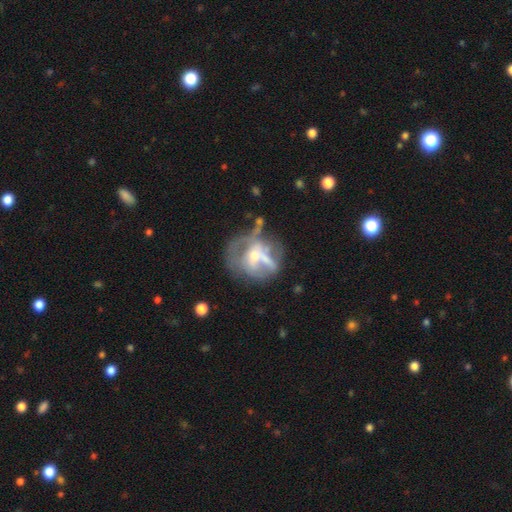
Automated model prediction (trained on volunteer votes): Smooth or featured: featured or disk — 61% (smooth — 27%)
Edge-on disk: no — 94% (yes — 6%)
Bar: no — 63% (weak — 24%)
Spiral arms: no — 70% (yes — 30%)
Bulge size: moderate — 48% (small — 41%)
Merging: none — 34% (major disturbance — 29%)